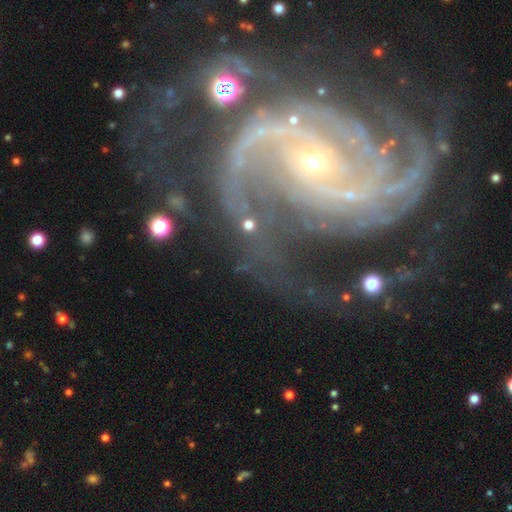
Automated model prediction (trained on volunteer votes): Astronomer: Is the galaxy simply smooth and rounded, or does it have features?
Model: featured or disk — 91%.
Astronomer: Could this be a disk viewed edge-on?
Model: no — 98%.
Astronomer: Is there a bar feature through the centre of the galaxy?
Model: no — 54%.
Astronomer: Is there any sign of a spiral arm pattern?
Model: yes — 98%.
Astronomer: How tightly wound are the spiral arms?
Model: medium — 49% (runner-up: tight, 38%).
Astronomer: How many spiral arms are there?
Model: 2 — 41% (runner-up: 3, 20%).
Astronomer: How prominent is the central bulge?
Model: small — 84%.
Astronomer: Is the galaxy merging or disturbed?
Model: none — 55%.